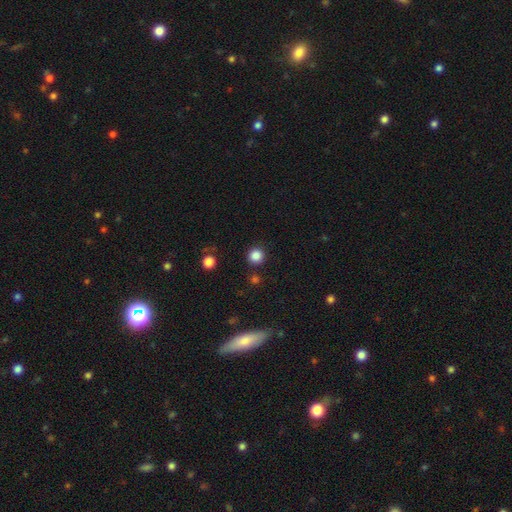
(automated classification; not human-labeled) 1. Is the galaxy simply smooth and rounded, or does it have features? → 84% smooth, 12% star or artifact, 4% featured or disk.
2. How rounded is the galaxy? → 94% round, 5% in between, 1% cigar-shaped.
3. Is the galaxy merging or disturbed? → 89% none, 6% minor disturbance, 3% merger, 2% major disturbance.